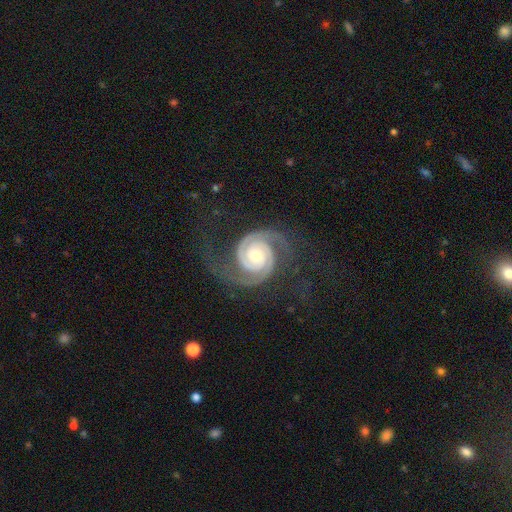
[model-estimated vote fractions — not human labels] Morphology: type=featured or disk (93%); edge-on=no (98%); bar=no (70%); spiral arms=yes (99%); winding=tight (63%); arm count=2 (90%); bulge=moderate (55%); merging=none (69%).